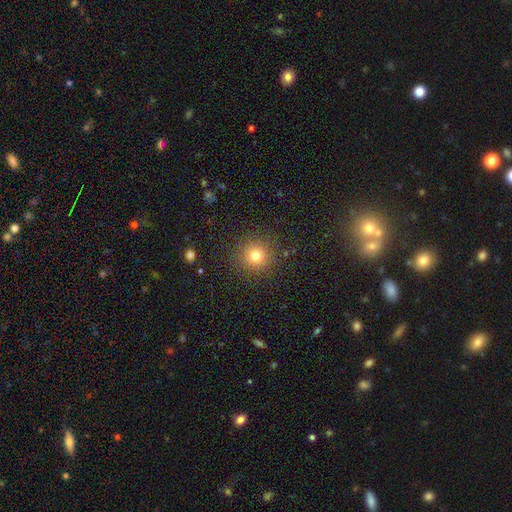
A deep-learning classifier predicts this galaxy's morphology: This appears to be a smooth galaxy with no disk features (78%) that is round (94%). Merging: none (89%).